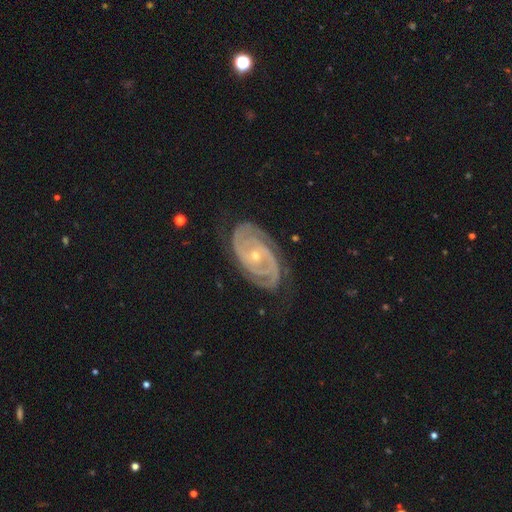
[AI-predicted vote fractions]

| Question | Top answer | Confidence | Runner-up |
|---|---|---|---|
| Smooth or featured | featured or disk | 92% | star or artifact (5%) |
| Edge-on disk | no | 97% | yes (3%) |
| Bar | no | 67% | weak (22%) |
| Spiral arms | yes | 98% | no (2%) |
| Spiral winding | tight | 76% | medium (21%) |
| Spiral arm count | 2 | 62% | 3 (17%) |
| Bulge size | small | 66% | moderate (32%) |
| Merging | none | 78% | minor disturbance (16%) |